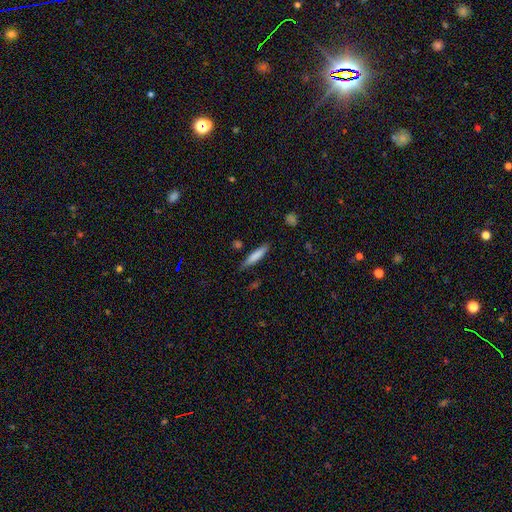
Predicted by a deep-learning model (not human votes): Smooth or featured? Predicted: smooth (p=0.77). How rounded? Predicted: cigar-shaped (p=0.88). Merging? Predicted: none (p=0.80).